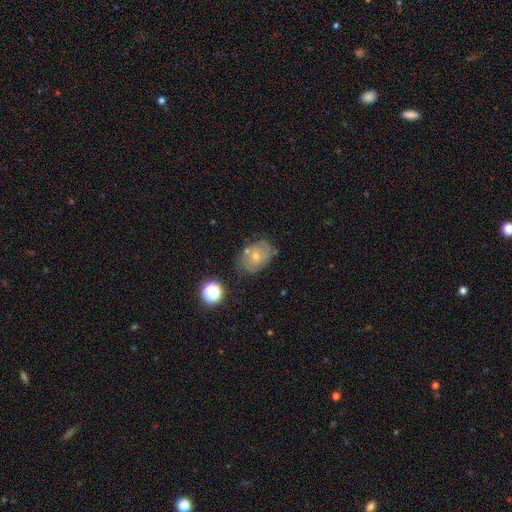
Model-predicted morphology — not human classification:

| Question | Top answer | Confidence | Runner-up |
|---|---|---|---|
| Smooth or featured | smooth | 56% | featured or disk (33%) |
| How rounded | in between | 67% | round (32%) |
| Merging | none | 56% | minor disturbance (24%) |